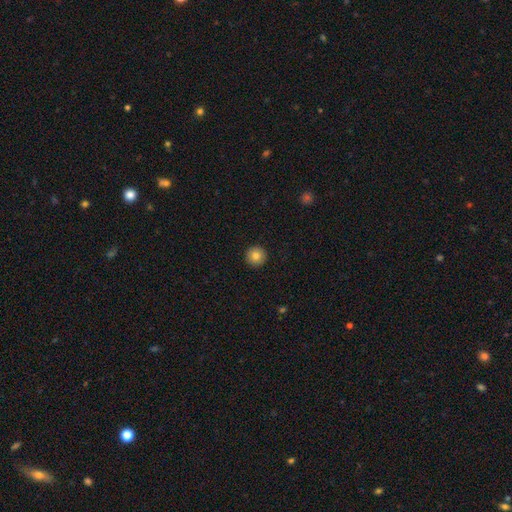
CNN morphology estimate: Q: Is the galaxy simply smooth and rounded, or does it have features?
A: smooth — 82%.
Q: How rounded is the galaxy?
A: round — 96%.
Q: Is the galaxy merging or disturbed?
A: none — 94%.